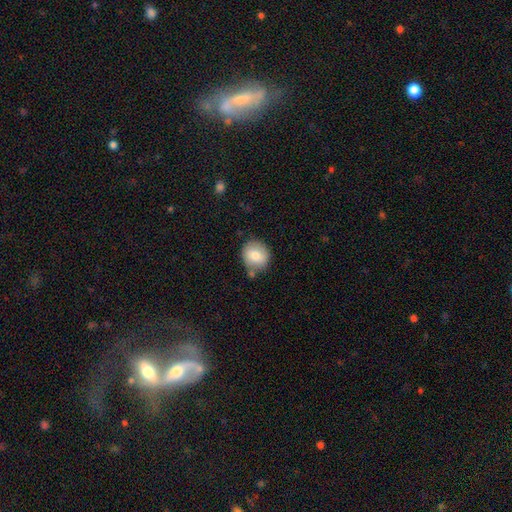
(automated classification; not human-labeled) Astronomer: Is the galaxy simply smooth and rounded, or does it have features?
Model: smooth — 79%.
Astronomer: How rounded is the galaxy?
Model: round — 83%.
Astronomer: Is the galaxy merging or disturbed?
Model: none — 72%.